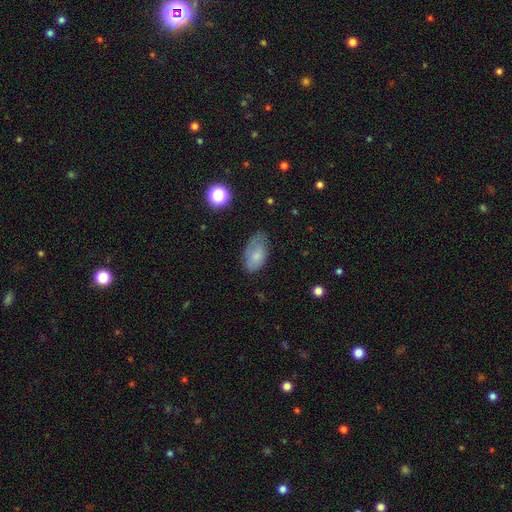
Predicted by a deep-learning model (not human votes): smooth_or_featured: smooth (p=0.70) [alt: featured or disk p=0.22]
how_rounded: in between (p=0.93) [alt: round p=0.05]
merging: none (p=0.58) [alt: minor disturbance p=0.30]